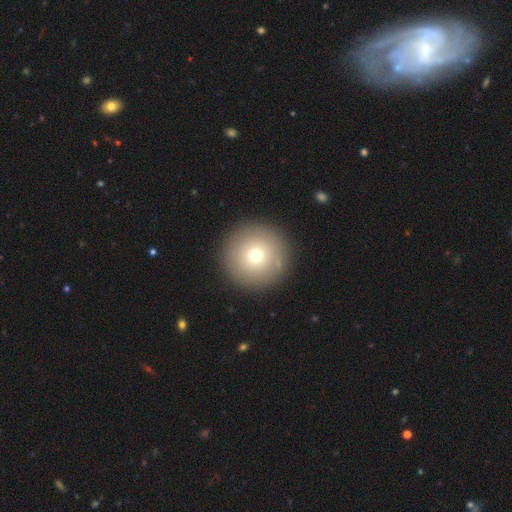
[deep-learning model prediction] Morphology: type=smooth (72%); roundness=round (97%); merging=none (91%).